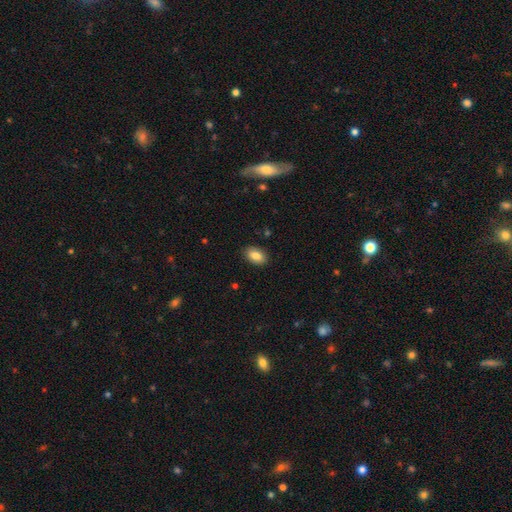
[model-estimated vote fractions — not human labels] Smooth or featured? smooth (85%)
How rounded? in between (90%)
Merging? none (89%)